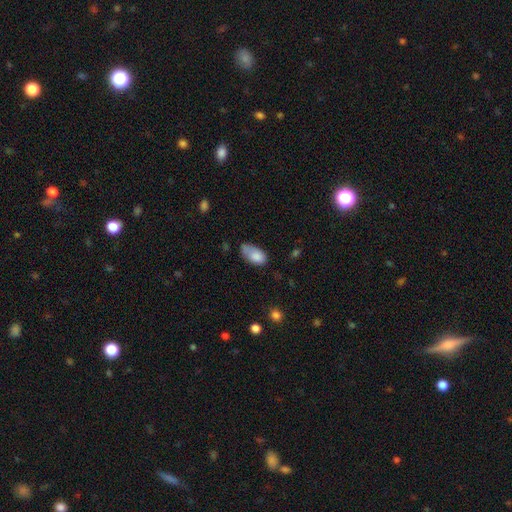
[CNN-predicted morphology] Overall: smooth (80%). How rounded: in between (92%). Merging: none (40%; minor disturbance 37%).